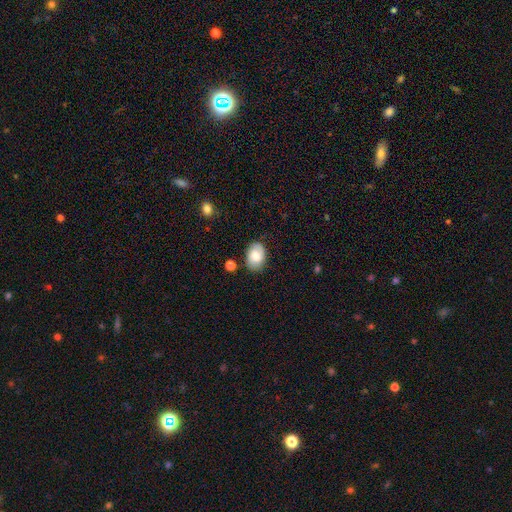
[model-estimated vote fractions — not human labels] Smooth or featured? smooth (78%)
How rounded? in between (82%)
Merging? none (76%)